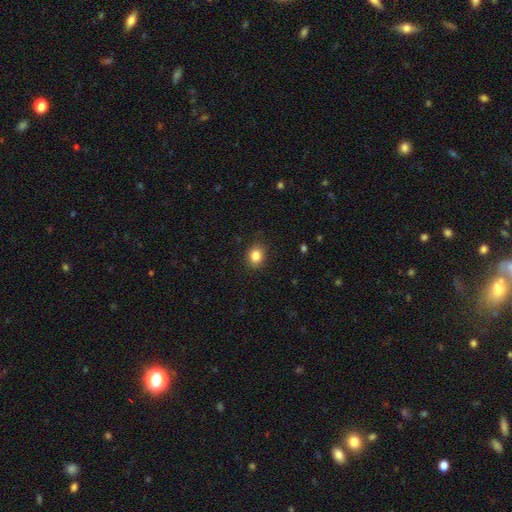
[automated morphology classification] This is clearly a smooth galaxy (85%). How rounded: possibly round (59%). Merging: clearly none (88%).